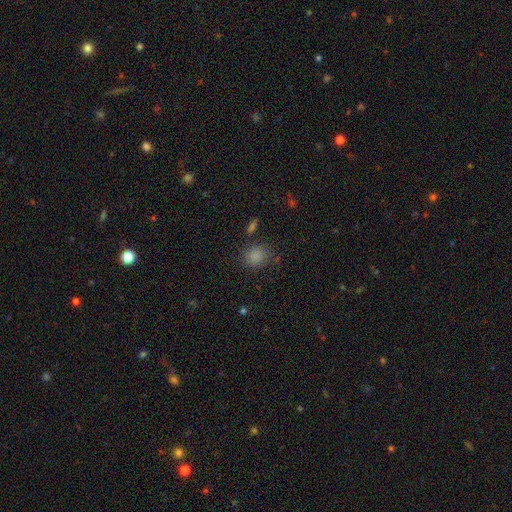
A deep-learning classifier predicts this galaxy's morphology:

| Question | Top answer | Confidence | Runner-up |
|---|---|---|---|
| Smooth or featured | smooth | 84% | star or artifact (12%) |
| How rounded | round | 64% | in between (35%) |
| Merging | none | 78% | minor disturbance (13%) |